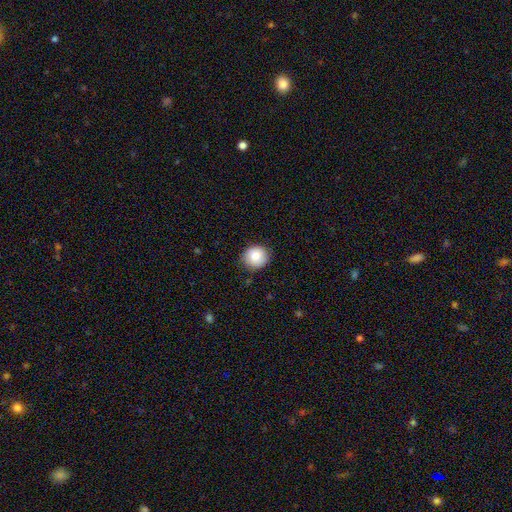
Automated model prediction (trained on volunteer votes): Smooth or featured? Predicted: smooth (p=0.83). How rounded? Predicted: round (p=0.82). Merging? Predicted: none (p=0.84).